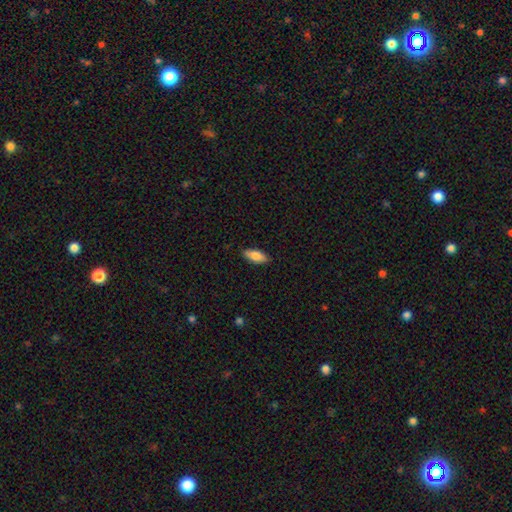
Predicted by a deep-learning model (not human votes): This is likely a smooth galaxy (79%). How rounded: clearly in between (81%). Merging: clearly none (87%).